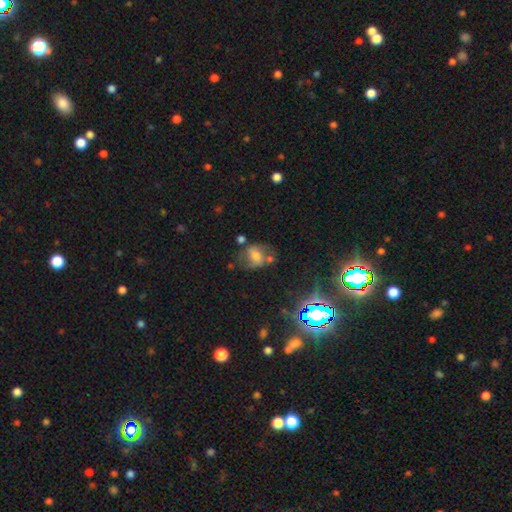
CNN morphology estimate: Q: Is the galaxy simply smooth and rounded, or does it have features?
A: smooth — 46%.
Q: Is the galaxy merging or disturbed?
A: none — 47%.